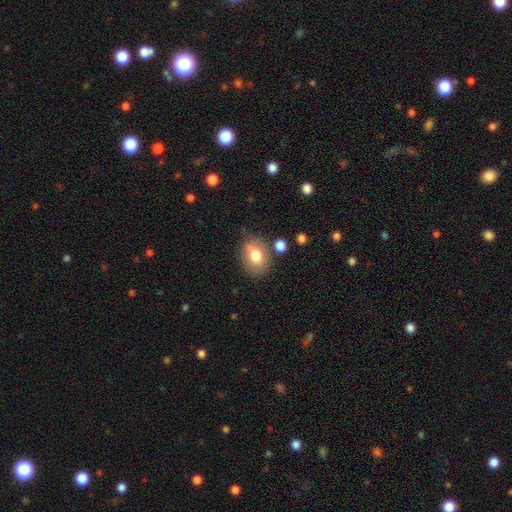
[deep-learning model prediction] Q: Smooth or featured?
A: smooth (75%); runner-up: featured or disk (16%)
Q: How rounded?
A: in between (59%); runner-up: round (39%)
Q: Merging?
A: none (62%); runner-up: minor disturbance (18%)